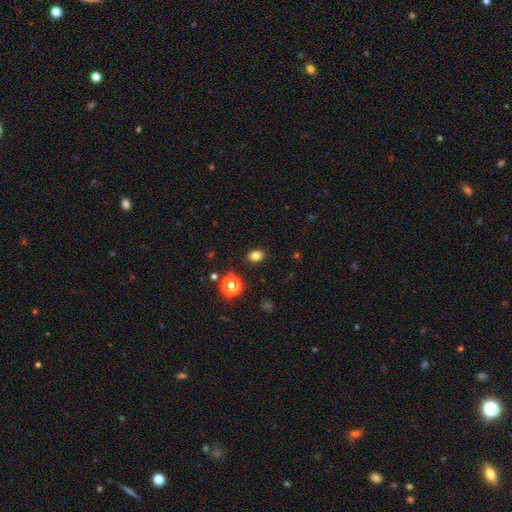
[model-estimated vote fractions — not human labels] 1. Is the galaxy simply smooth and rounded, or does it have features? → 79% smooth, 14% star or artifact, 7% featured or disk.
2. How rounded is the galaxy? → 67% in between, 31% round, 1% cigar-shaped.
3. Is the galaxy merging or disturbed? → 87% none, 9% minor disturbance, 2% major disturbance, 1% merger.